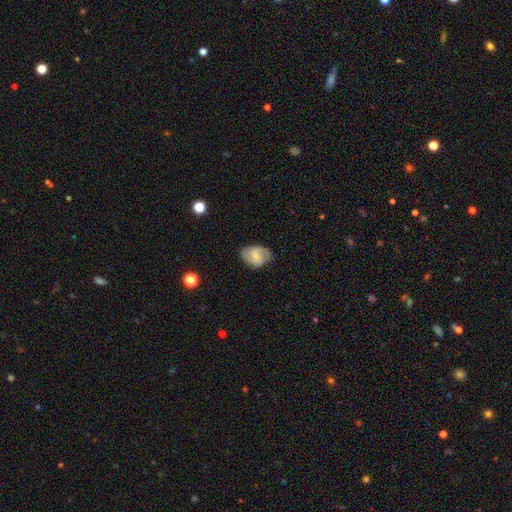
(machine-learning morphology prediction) A featured or disk galaxy (60%) with a weak bar (52%), 2 (83%) medium (48%) spiral arms (88%) and a small central bulge (57%). Merging: none (76%).